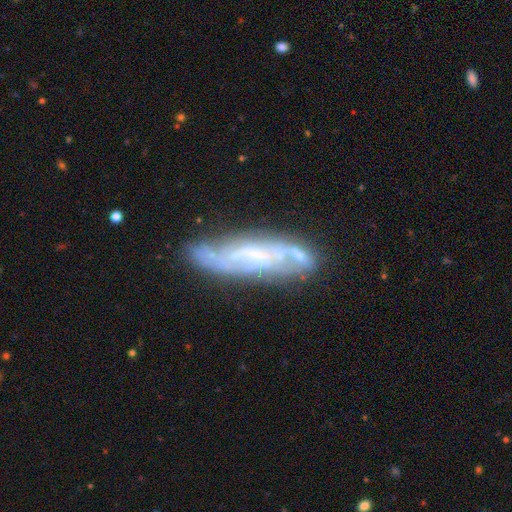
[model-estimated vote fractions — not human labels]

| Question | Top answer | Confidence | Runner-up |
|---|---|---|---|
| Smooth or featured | featured or disk | 70% | smooth (22%) |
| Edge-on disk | no | 71% | yes (29%) |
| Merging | none | 64% | minor disturbance (20%) |